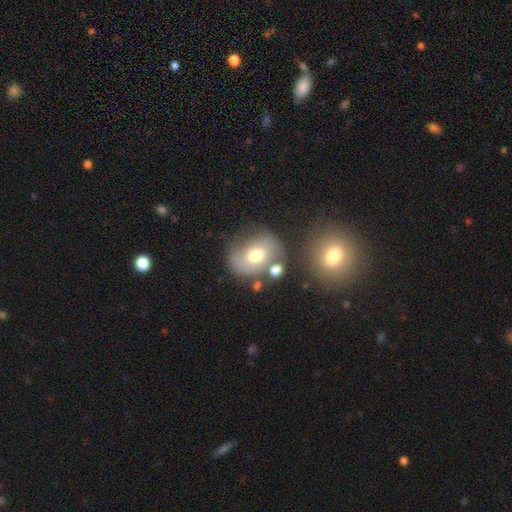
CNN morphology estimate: type=smooth (47%); merging=none (51%).